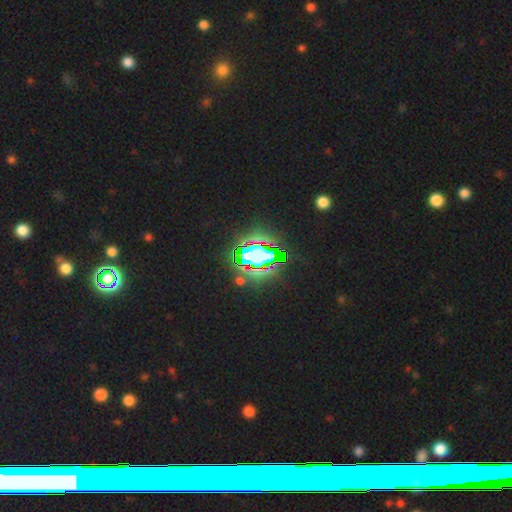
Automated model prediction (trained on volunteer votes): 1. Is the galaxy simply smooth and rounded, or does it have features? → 72% star or artifact, 15% smooth, 13% featured or disk.